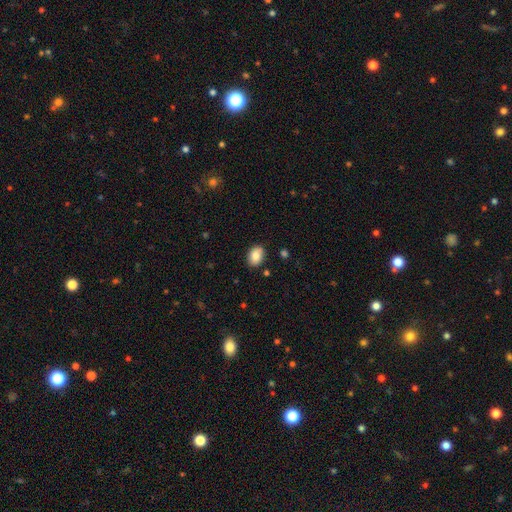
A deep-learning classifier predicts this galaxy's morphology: type=smooth (83%); roundness=in between (75%); merging=none (84%).